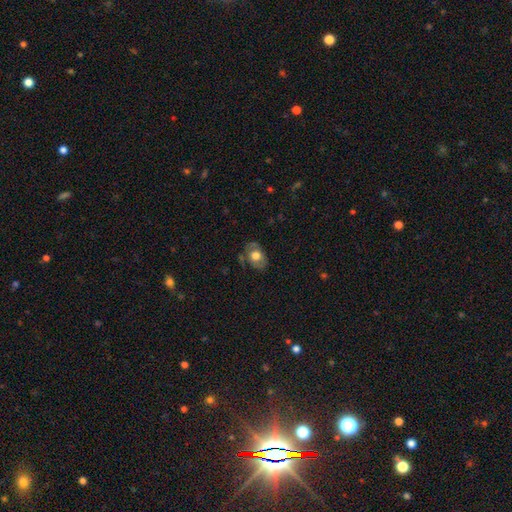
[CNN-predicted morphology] type=smooth (58%); roundness=in between (70%); merging=none (67%).